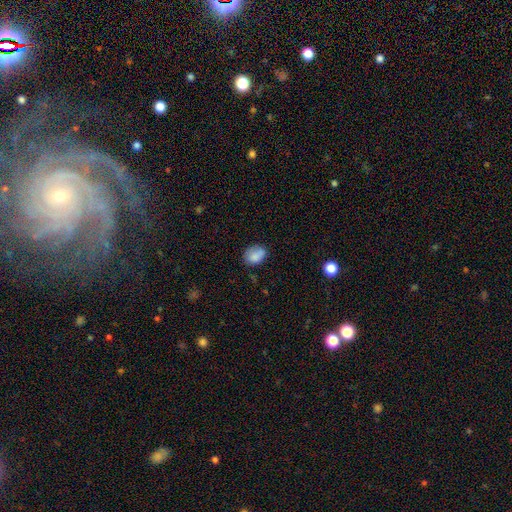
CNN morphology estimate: smooth 81%, featured or disk 9%, star or artifact 9%. Down the decision tree: how rounded — in between (63%); merging — none (62%).